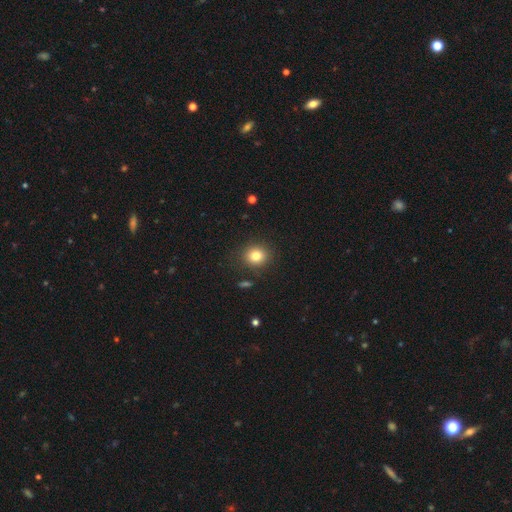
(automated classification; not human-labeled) Morphology: type=smooth (81%); roundness=round (81%); merging=none (87%).